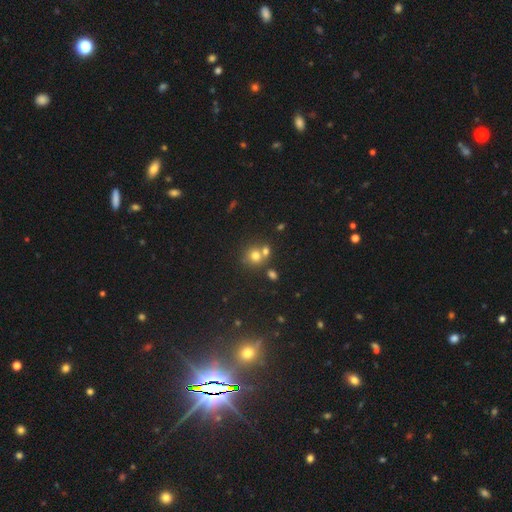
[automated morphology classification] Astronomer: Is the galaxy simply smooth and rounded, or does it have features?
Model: smooth — 72%.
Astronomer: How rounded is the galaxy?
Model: round — 84%.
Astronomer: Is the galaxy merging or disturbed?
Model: none — 52% (runner-up: merger, 36%).